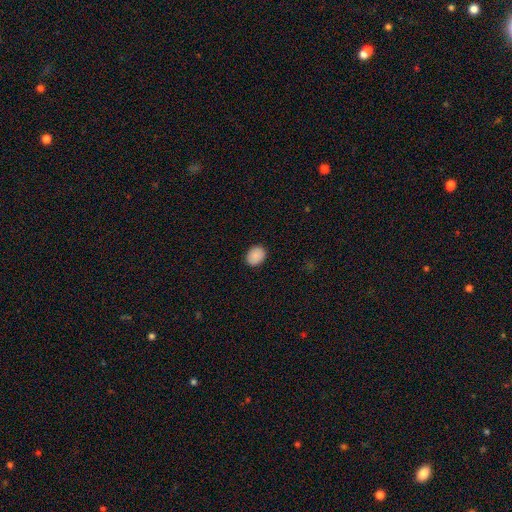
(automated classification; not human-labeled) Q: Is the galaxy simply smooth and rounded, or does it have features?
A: smooth — 88%.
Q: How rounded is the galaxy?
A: in between — 51%.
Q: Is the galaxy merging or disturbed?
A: none — 89%.